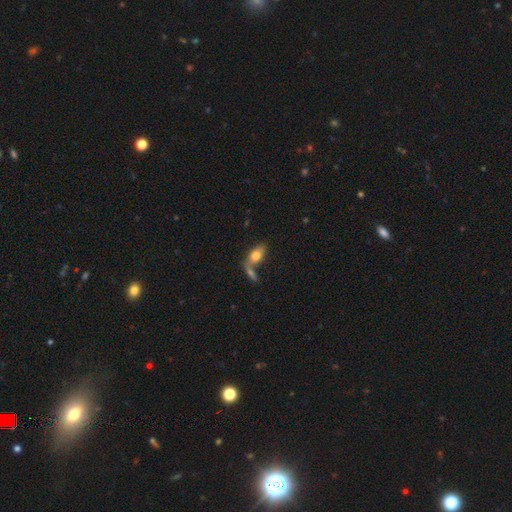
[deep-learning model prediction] Smooth or featured? Predicted: smooth (p=0.73). How rounded? Predicted: in between (p=0.86). Merging? Predicted: merger (p=0.43).